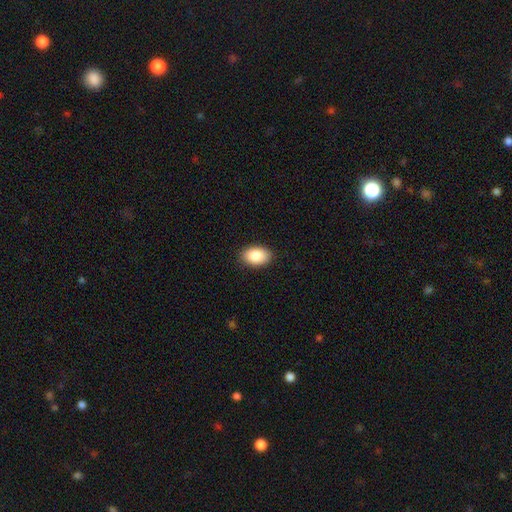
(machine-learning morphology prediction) Smooth or featured? smooth (88%)
How rounded? in between (90%)
Merging? none (89%)